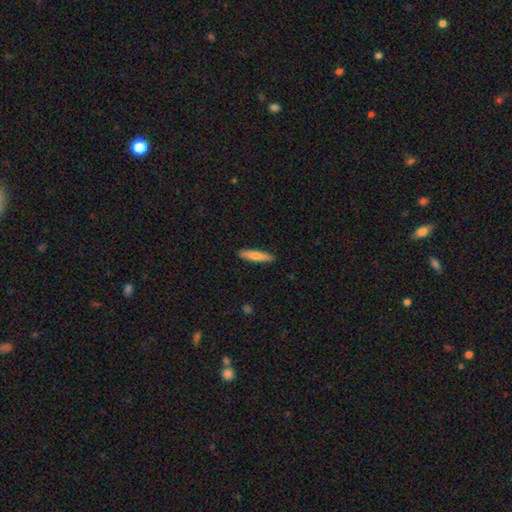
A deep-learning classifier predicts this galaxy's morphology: Smooth or featured? smooth (73%)
How rounded? cigar-shaped (84%)
Merging? none (91%)